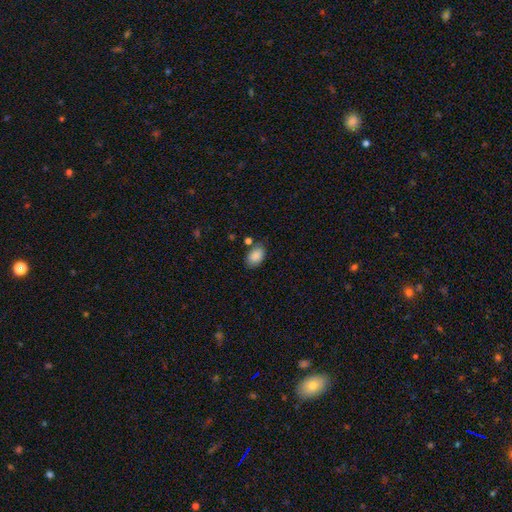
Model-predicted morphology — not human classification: smooth_or_featured: smooth (p=0.88) [alt: star or artifact p=0.07]
how_rounded: in between (p=0.89) [alt: round p=0.10]
merging: none (p=0.71) [alt: minor disturbance p=0.18]